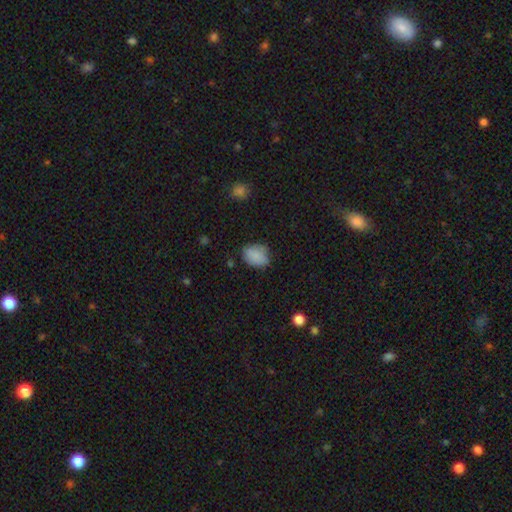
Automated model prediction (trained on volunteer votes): The model was most divided on "how rounded": in between: 67%, round: 32%, cigar-shaped: 1%. More confident: smooth or featured — smooth (84%); merging — none (67%).